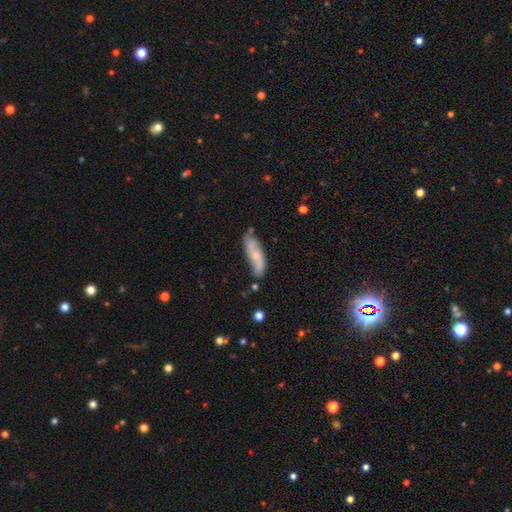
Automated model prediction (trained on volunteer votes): This appears to be a smooth galaxy with no disk features (48%). Merging: none (65%).